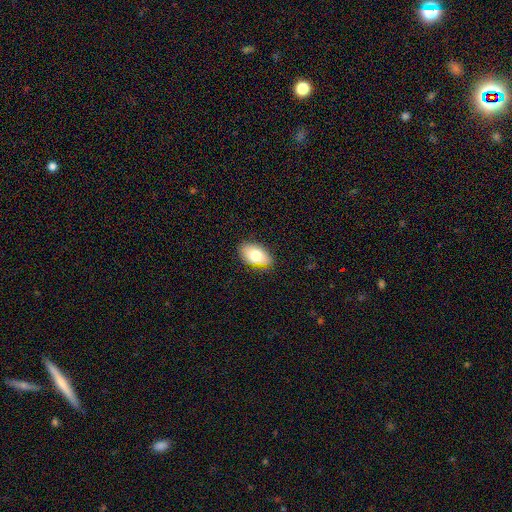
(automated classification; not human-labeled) Smooth or featured? Predicted: smooth (p=0.75). How rounded? Predicted: in between (p=0.92). Merging? Predicted: none (p=0.81).